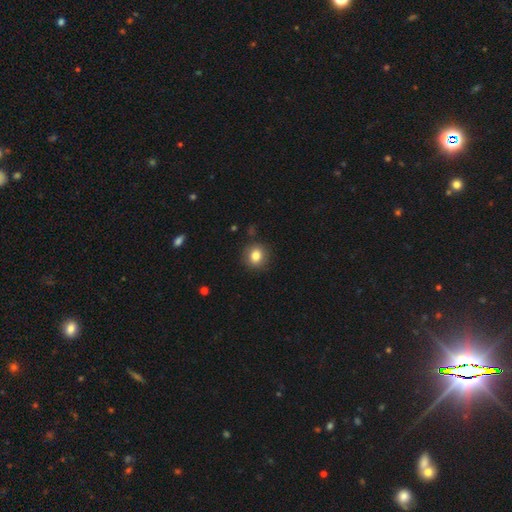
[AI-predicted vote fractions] smooth-or-featured: smooth: 83% | star or artifact: 10% | featured or disk: 7%
  how-rounded: round: 84% | in between: 15% | cigar-shaped: 1%
  merging: none: 88% | minor disturbance: 8% | major disturbance: 2% | merger: 1%